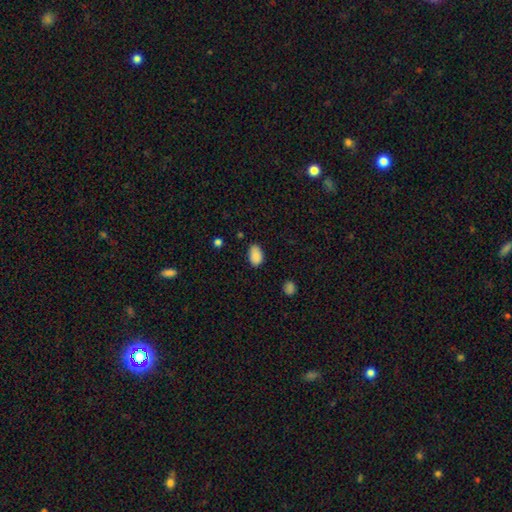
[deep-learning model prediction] smooth-or-featured: smooth: 89% | star or artifact: 8% | featured or disk: 3%
  how-rounded: in between: 90% | round: 8% | cigar-shaped: 1%
  merging: none: 80% | minor disturbance: 16% | major disturbance: 3% | merger: 1%